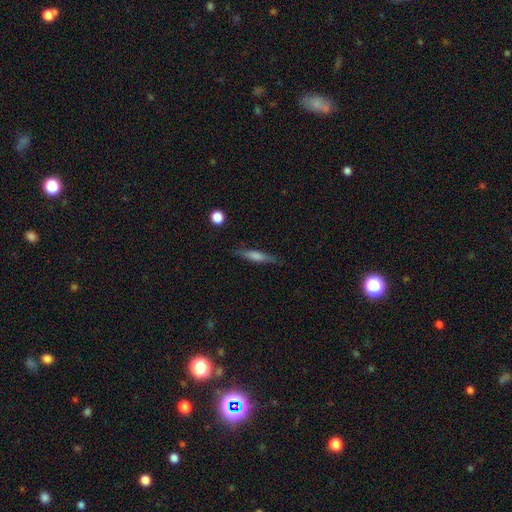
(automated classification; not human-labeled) Overall: featured or disk (52%; smooth 40%). Edge-on disk: yes (93%). Merging: none (85%).